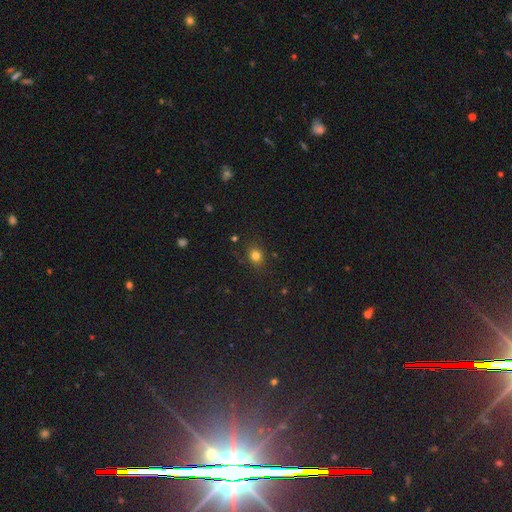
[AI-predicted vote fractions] This appears to be a smooth galaxy with no disk features (78%) that is round (66%). Merging: none (85%).